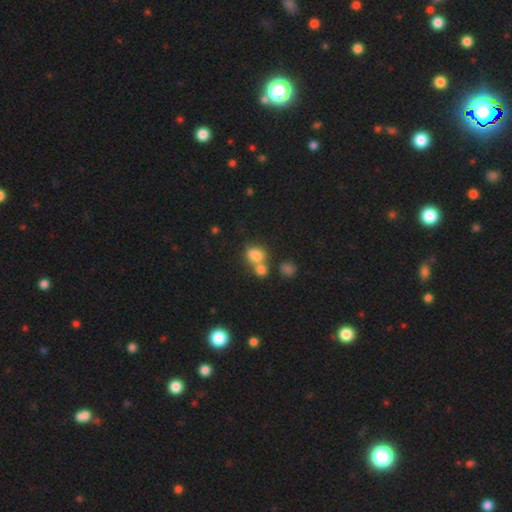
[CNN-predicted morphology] This appears to be a smooth galaxy with no disk features (77%) that is in between round and cigar-shaped (61%). Merging: merger (55%).